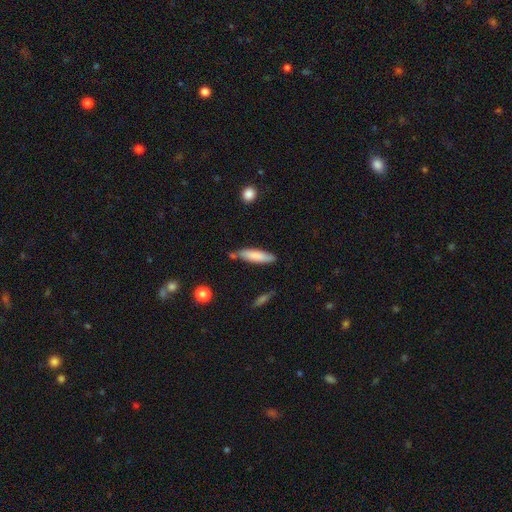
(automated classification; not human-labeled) Q: Smooth or featured?
A: smooth (81%); runner-up: featured or disk (13%)
Q: How rounded?
A: cigar-shaped (72%); runner-up: in between (27%)
Q: Merging?
A: none (75%); runner-up: minor disturbance (15%)